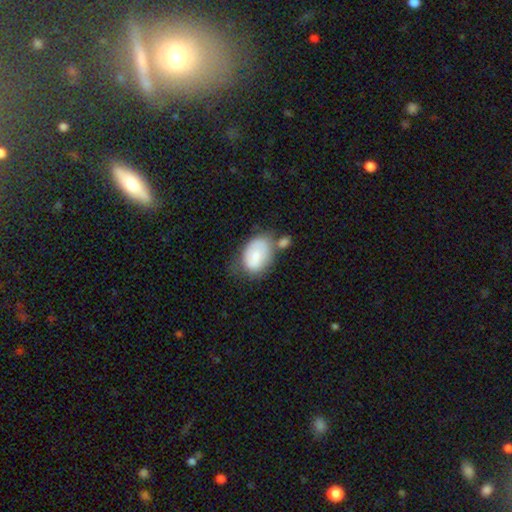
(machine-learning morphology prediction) Smooth or featured?
  - smooth: 73% *
  - featured or disk: 21%
  - star or artifact: 6%
How rounded?
  - in between: 87% *
  - round: 12%
  - cigar-shaped: 1%
Merging?
  - none: 40% *
  - minor disturbance: 28%
  - merger: 20%
  - major disturbance: 12%